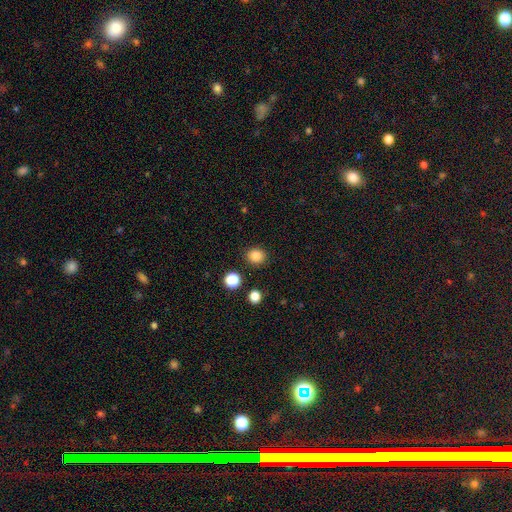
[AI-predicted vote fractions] Morphology: type=smooth (85%); roundness=round (80%); merging=none (89%).